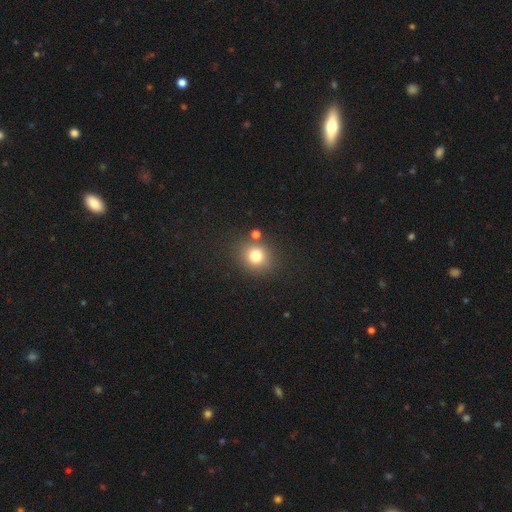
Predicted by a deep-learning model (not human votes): This appears to be a smooth galaxy with no disk features (78%) that is round (80%). Merging: none (78%).